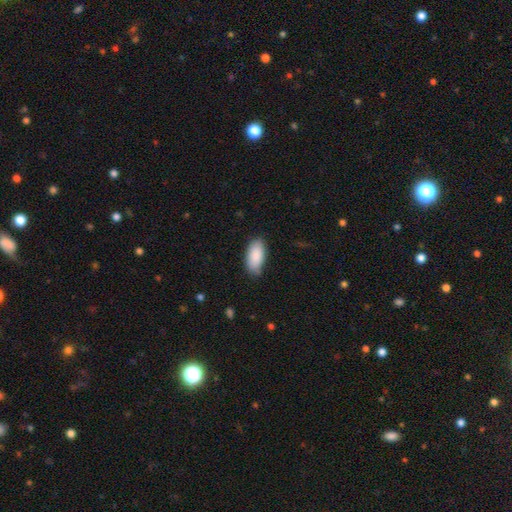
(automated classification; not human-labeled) This is clearly a smooth galaxy (89%). How rounded: clearly in between (92%). Merging: likely none (77%).